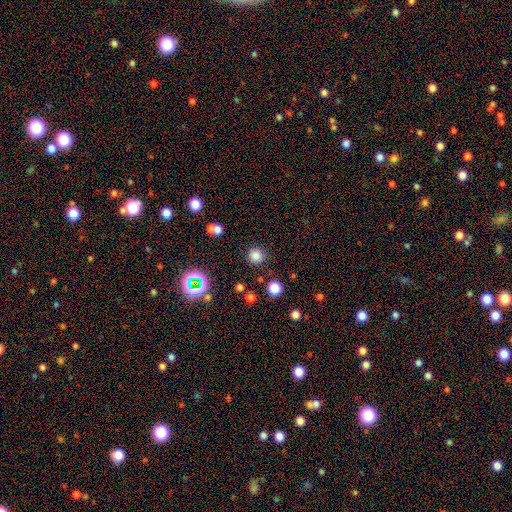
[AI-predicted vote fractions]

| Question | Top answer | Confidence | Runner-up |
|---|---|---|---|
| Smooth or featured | smooth | 77% | star or artifact (18%) |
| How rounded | round | 94% | in between (5%) |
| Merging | none | 87% | minor disturbance (7%) |